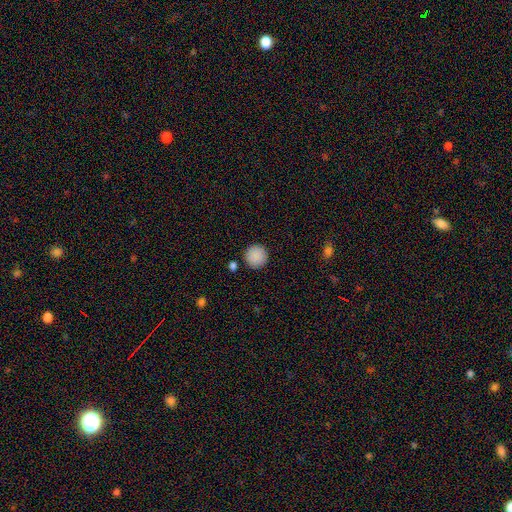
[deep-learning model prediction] smooth 89%, star or artifact 8%, featured or disk 3%. Down the decision tree: how rounded — round (96%); merging — none (90%).